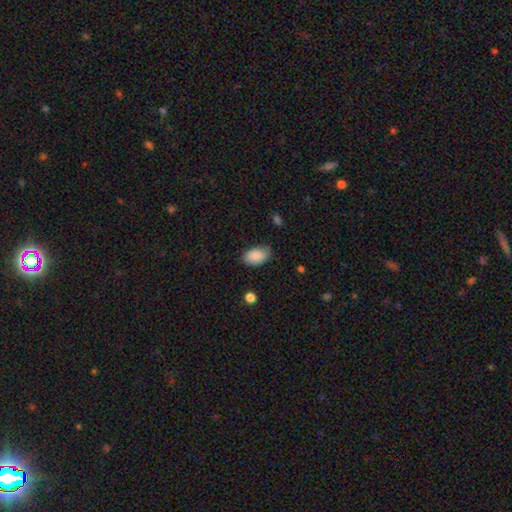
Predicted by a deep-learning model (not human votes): Smooth or featured: smooth — 88% (star or artifact — 7%)
How rounded: in between — 93% (round — 6%)
Merging: none — 75% (minor disturbance — 20%)